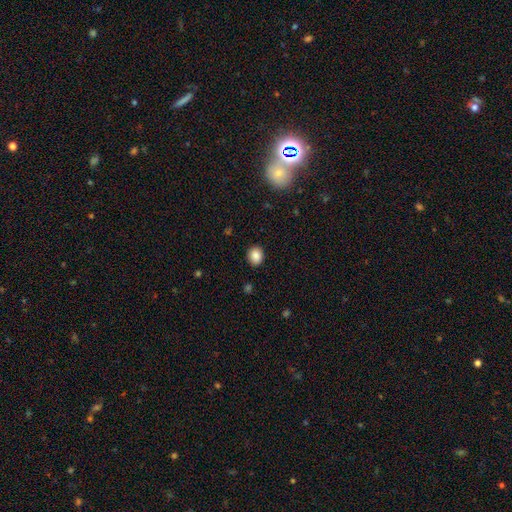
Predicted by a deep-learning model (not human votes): Smooth or featured: smooth — 86% (star or artifact — 9%)
How rounded: round — 66% (in between — 33%)
Merging: none — 89% (minor disturbance — 7%)